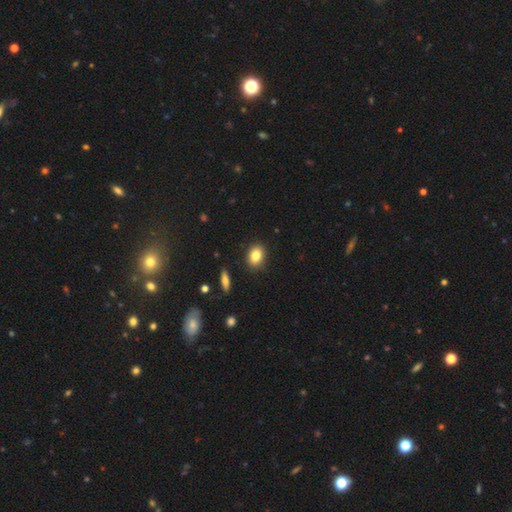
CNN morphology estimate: Smooth or featured: smooth — 84% (star or artifact — 9%)
How rounded: in between — 67% (round — 31%)
Merging: none — 88% (minor disturbance — 9%)